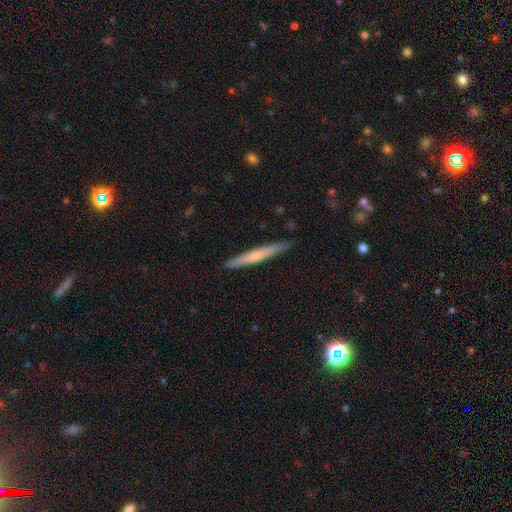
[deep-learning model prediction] Q: Smooth or featured?
A: smooth (51%); runner-up: featured or disk (43%)
Q: How rounded?
A: cigar-shaped (96%); runner-up: in between (3%)
Q: Merging?
A: none (90%); runner-up: minor disturbance (7%)